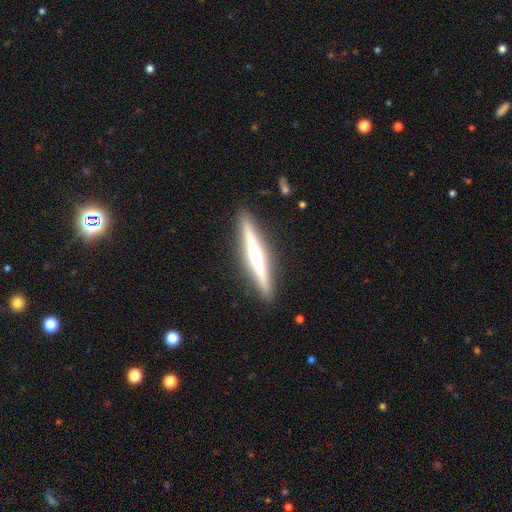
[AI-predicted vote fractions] A featured or disk galaxy (66%) viewed edge-on (97%) with no central bulge (45%).

Vote fractions:
- Smooth or featured? featured or disk: 66% / smooth: 29% / star or artifact: 5%
- Edge-on disk? yes: 97% / no: 3%
- Edge-on bulge? none: 45% / rounded: 43% / boxy: 11%
- Merging? none: 91% / minor disturbance: 6% / major disturbance: 1% / merger: 1%